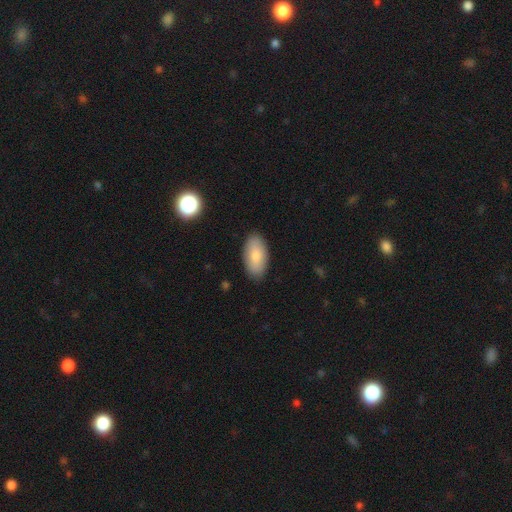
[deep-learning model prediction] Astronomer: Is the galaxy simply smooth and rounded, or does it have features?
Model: smooth — 79%.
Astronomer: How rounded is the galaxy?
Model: in between — 94%.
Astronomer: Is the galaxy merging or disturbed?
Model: none — 87%.